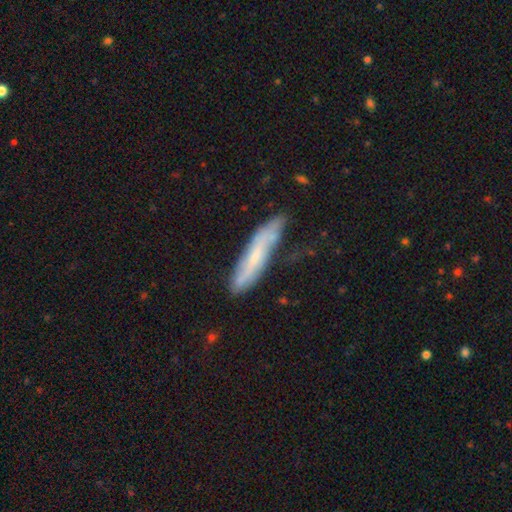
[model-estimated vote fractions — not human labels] A featured or disk galaxy (49%).

Vote fractions:
- Smooth or featured? featured or disk: 49% / smooth: 44% / star or artifact: 7%
- Merging? none: 62% / minor disturbance: 27% / major disturbance: 7% / merger: 3%